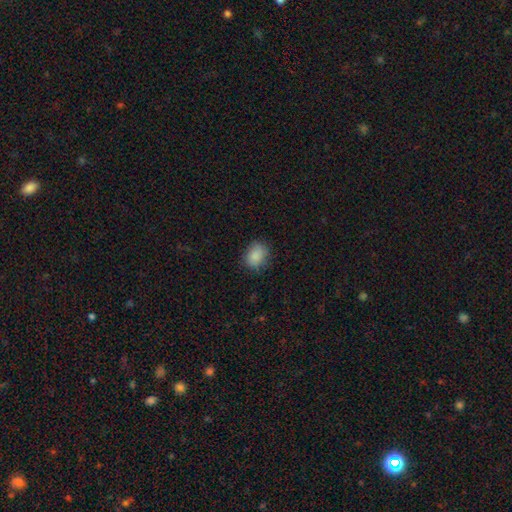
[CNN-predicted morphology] This appears to be a smooth galaxy with no disk features (87%) that is in between round and cigar-shaped (51%). Merging: none (79%).